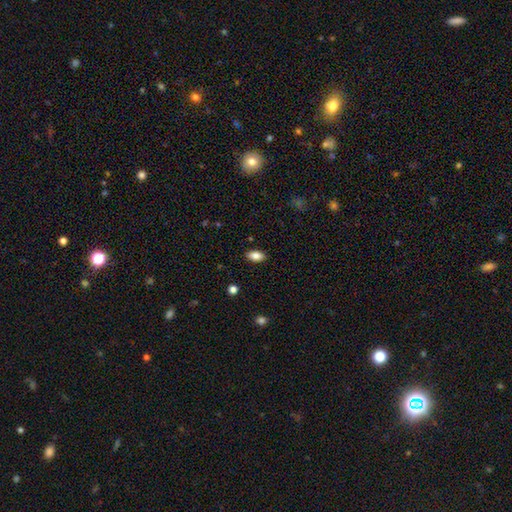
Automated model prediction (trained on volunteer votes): This appears to be a smooth galaxy with no disk features (84%) that is in between round and cigar-shaped (91%). Merging: none (88%).